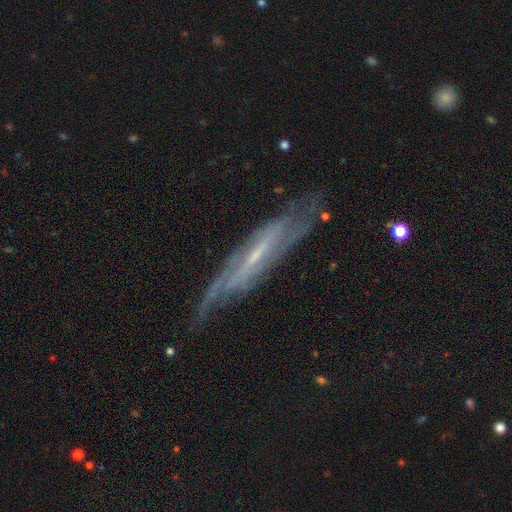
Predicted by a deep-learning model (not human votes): smooth_or_featured: featured or disk (p=0.81) [alt: smooth p=0.11]
disk_edge_on: no (p=0.58) [alt: yes p=0.42]
merging: none (p=0.68) [alt: minor disturbance p=0.20]